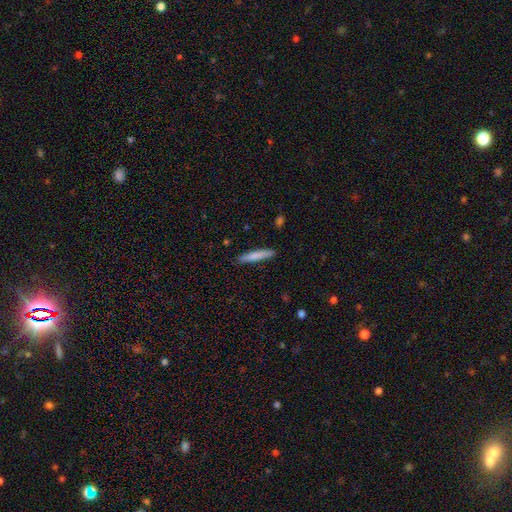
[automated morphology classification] Smooth or featured: smooth — 77% (featured or disk — 17%)
How rounded: cigar-shaped — 93% (in between — 5%)
Merging: none — 89% (minor disturbance — 8%)